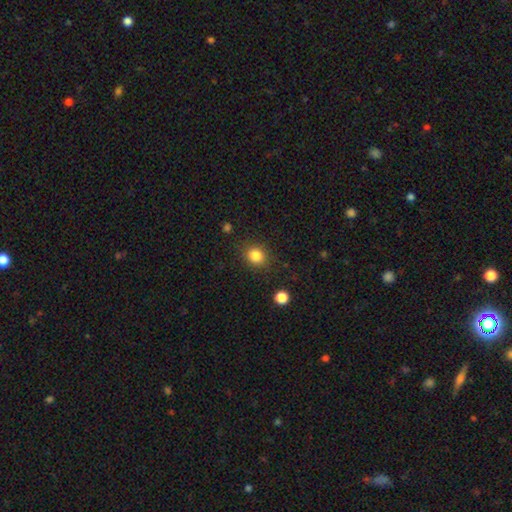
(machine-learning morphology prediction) type=smooth (84%); roundness=round (77%); merging=none (86%).